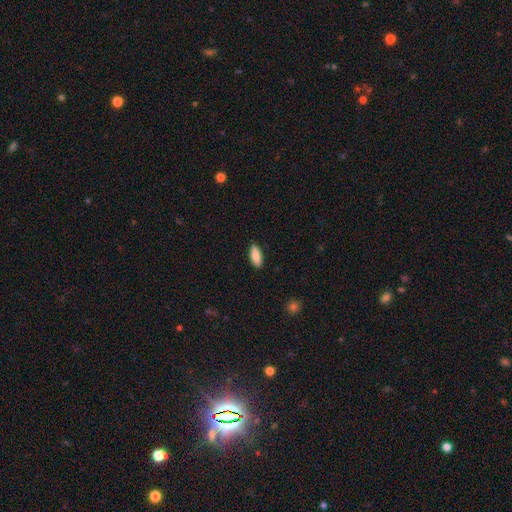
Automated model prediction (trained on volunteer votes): The model was most divided on "how rounded": in between: 76%, cigar-shaped: 22%, round: 2%. More confident: merging — none (90%); smooth or featured — smooth (89%).